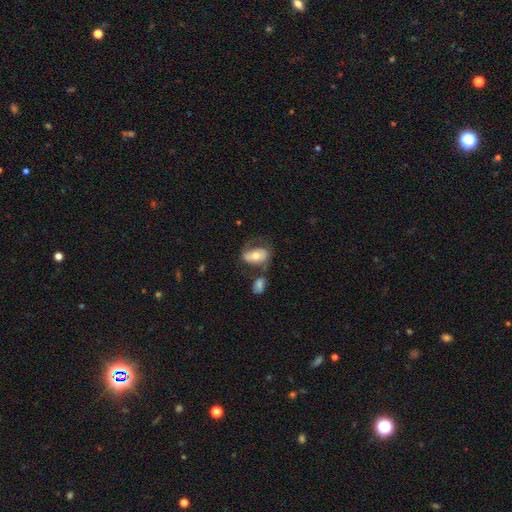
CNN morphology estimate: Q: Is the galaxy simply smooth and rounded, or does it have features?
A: smooth — 49%.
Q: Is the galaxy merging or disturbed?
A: none — 39%.